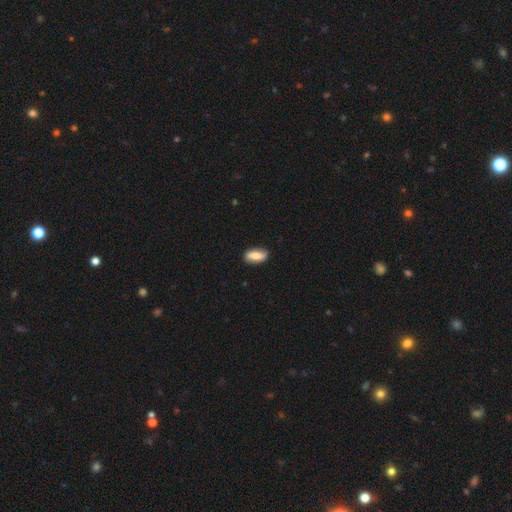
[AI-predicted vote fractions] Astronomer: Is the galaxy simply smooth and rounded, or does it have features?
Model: smooth — 64%.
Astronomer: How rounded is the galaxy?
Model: in between — 83%.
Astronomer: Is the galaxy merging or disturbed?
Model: none — 82%.